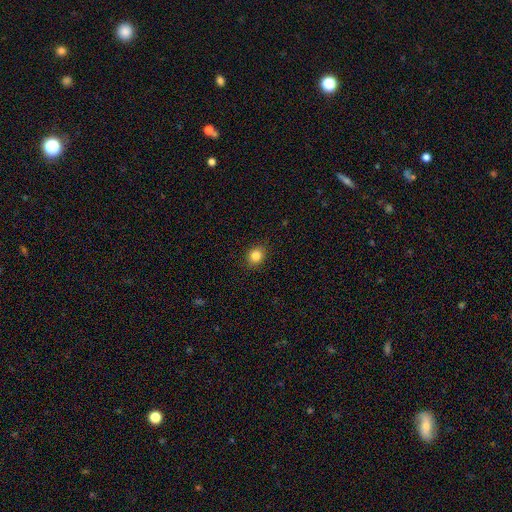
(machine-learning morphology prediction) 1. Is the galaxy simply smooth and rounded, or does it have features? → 85% smooth, 11% star or artifact, 5% featured or disk.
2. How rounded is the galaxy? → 70% round, 29% in between, 1% cigar-shaped.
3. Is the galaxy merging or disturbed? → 89% none, 8% minor disturbance, 2% major disturbance, 1% merger.